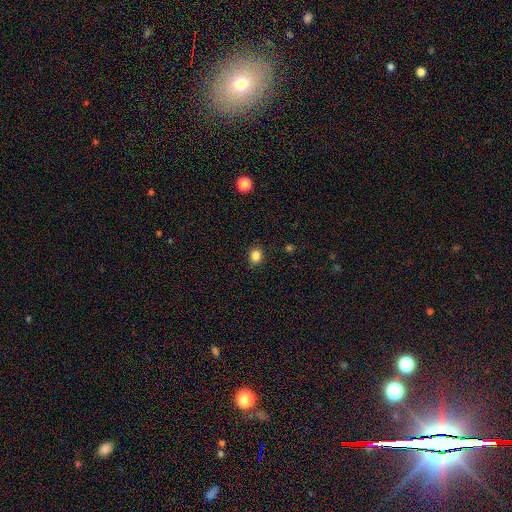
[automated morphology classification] Q: Smooth or featured?
A: smooth (84%); runner-up: star or artifact (12%)
Q: How rounded?
A: round (65%); runner-up: in between (34%)
Q: Merging?
A: none (90%); runner-up: minor disturbance (7%)